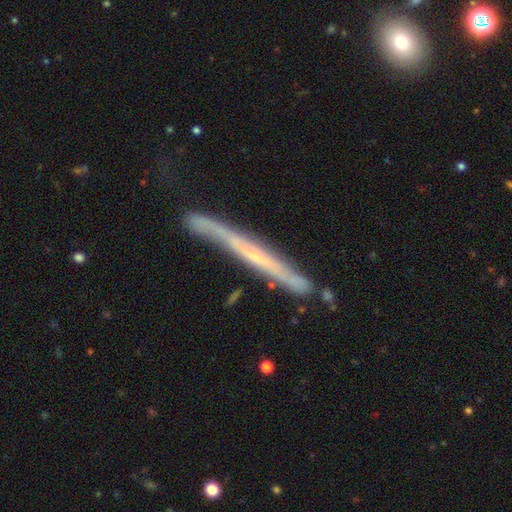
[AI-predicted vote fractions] Smooth or featured? featured or disk (71%)
Edge-on disk? yes (92%)
Edge-on bulge? none (69%)
Merging? none (66%)